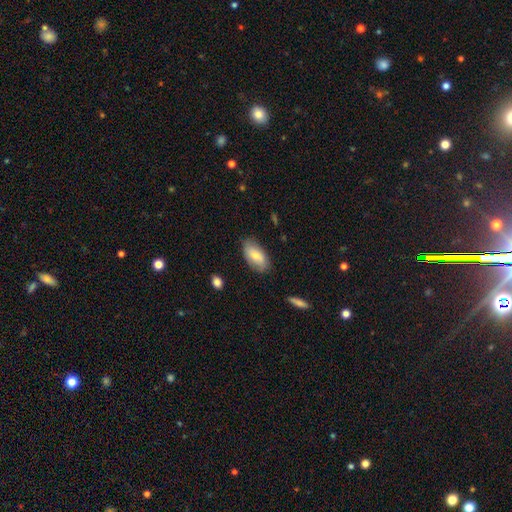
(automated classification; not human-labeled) This is likely a smooth galaxy (75%). How rounded: clearly in between (93%). Merging: likely none (76%).